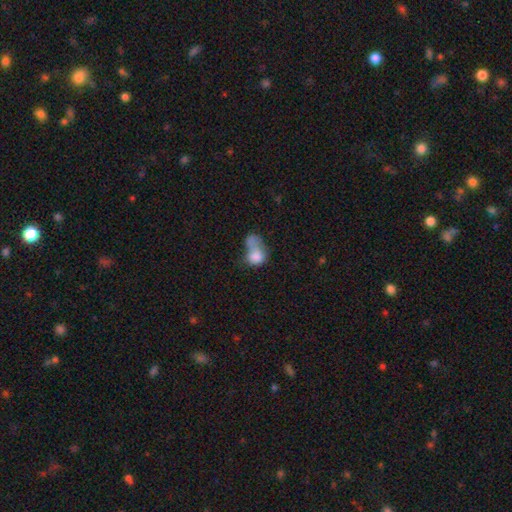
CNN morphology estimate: Smooth or featured? Predicted: smooth (p=0.75). How rounded? Predicted: in between (p=0.60). Merging? Predicted: merger (p=0.55).